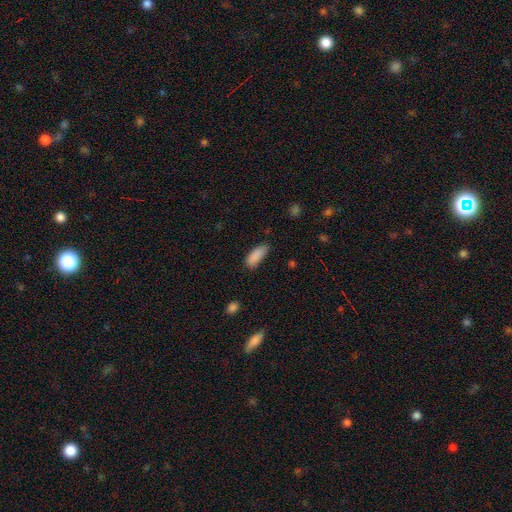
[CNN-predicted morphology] smooth_or_featured: smooth (p=0.88) [alt: star or artifact p=0.07]
how_rounded: in between (p=0.72) [alt: cigar-shaped p=0.26]
merging: none (p=0.71) [alt: minor disturbance p=0.23]